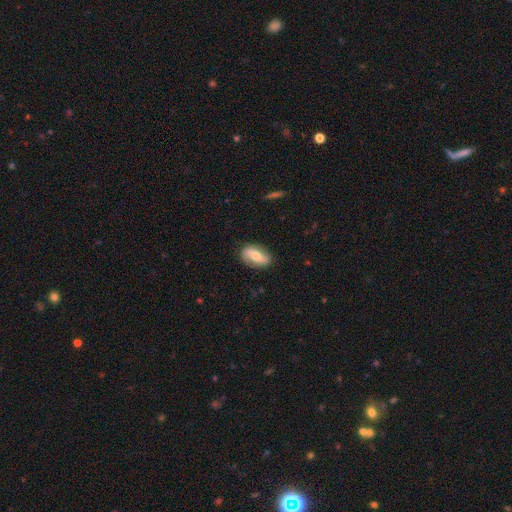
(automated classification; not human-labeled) smooth-or-featured: featured or disk: 52% | smooth: 41% | star or artifact: 7%
  disk-edge-on: no: 89% | yes: 11%
  merging: none: 82% | minor disturbance: 14% | major disturbance: 3% | merger: 1%